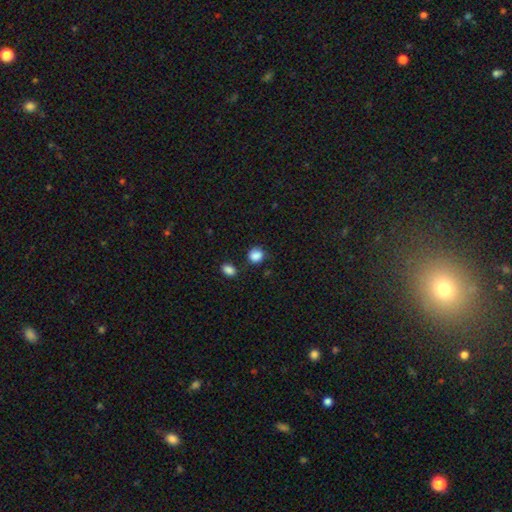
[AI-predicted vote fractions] Smooth or featured: smooth — 87% (star or artifact — 10%)
How rounded: round — 74% (in between — 25%)
Merging: none — 72% (minor disturbance — 16%)